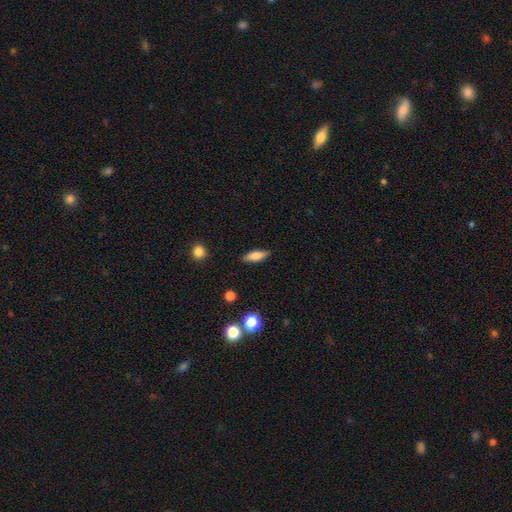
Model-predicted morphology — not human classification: A smooth galaxy with no disk features (77%) that is in between round and cigar-shaped (67%). Merging: none (86%).